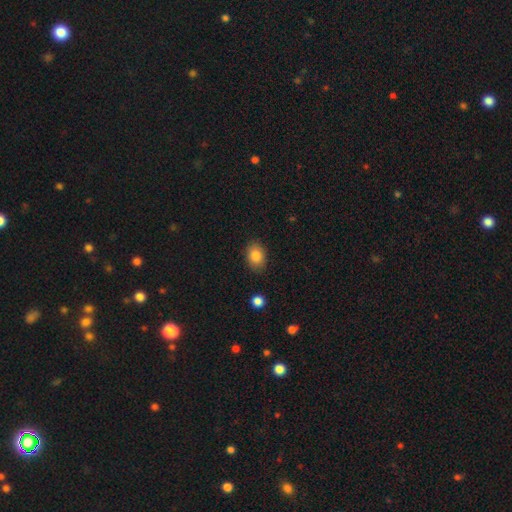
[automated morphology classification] Smooth or featured: smooth — 84% (star or artifact — 8%)
How rounded: in between — 73% (round — 26%)
Merging: none — 86% (minor disturbance — 11%)